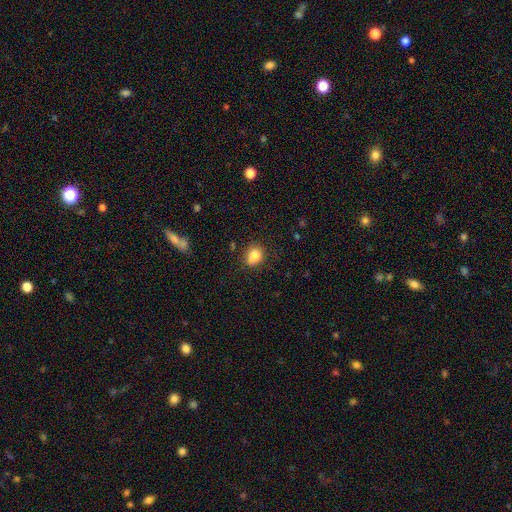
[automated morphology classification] Smooth or featured?
  - smooth: 82% *
  - star or artifact: 11%
  - featured or disk: 7%
How rounded?
  - round: 66% *
  - in between: 33%
  - cigar-shaped: 1%
Merging?
  - none: 75% *
  - minor disturbance: 18%
  - major disturbance: 4%
  - merger: 3%